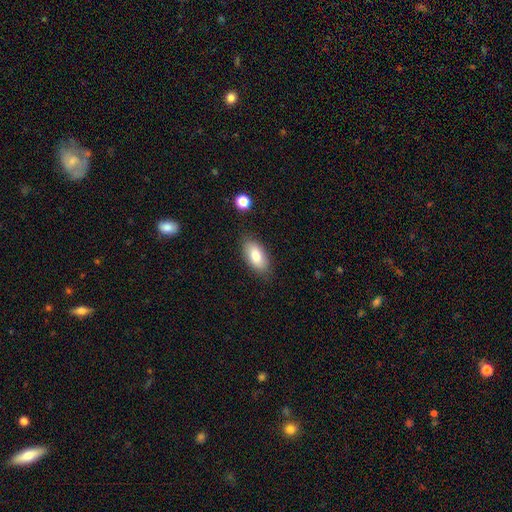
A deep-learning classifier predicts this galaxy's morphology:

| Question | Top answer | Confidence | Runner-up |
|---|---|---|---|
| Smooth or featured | smooth | 80% | featured or disk (13%) |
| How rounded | in between | 92% | cigar-shaped (5%) |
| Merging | none | 83% | minor disturbance (12%) |